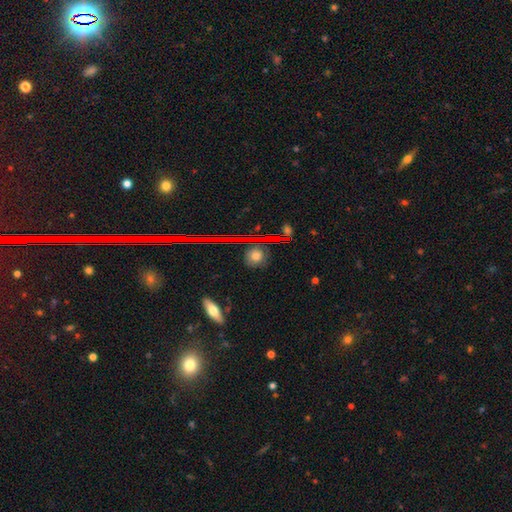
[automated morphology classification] Smooth or featured? smooth (66%)
How rounded? round (81%)
Merging? none (81%)